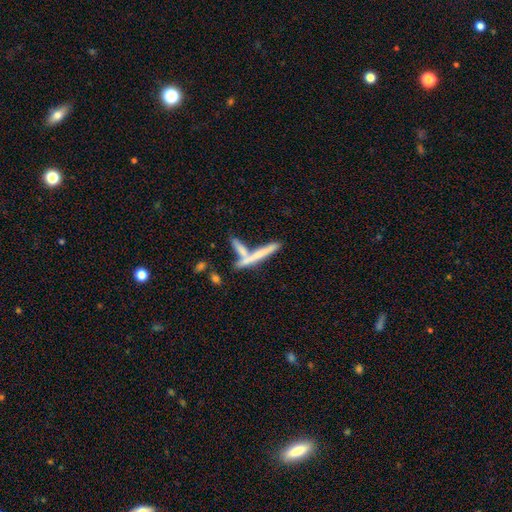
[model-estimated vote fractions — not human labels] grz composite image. It shows a smooth galaxy with no disk features (50%) that is cigar-shaped (93%). Merging: none (51%).